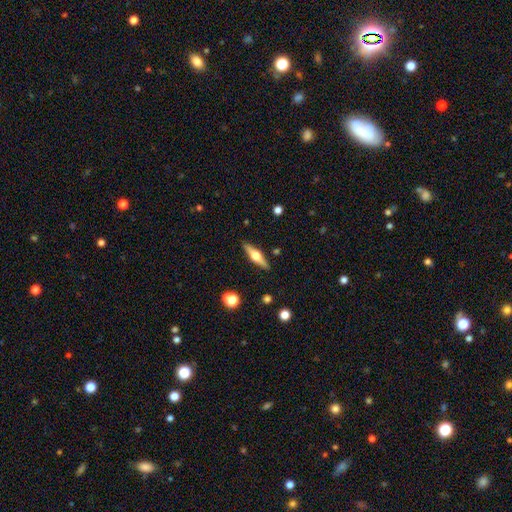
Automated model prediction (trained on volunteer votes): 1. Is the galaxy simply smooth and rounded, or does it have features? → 64% featured or disk, 30% smooth, 6% star or artifact.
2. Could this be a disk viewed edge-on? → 96% yes, 4% no.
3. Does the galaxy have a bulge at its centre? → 95% rounded, 3% boxy, 2% none.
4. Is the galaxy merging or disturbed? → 89% none, 7% minor disturbance, 2% major disturbance, 2% merger.